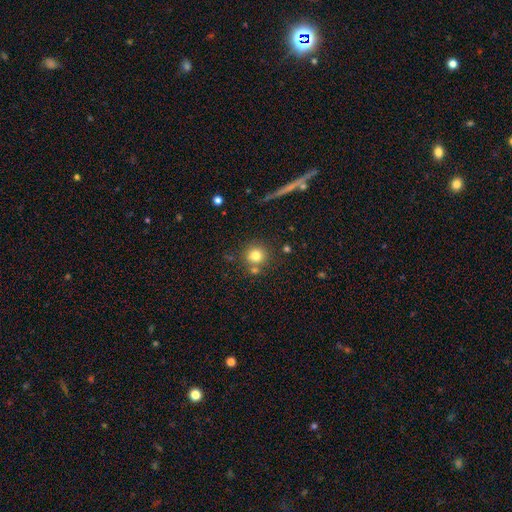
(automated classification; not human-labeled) Smooth or featured: smooth — 78% (star or artifact — 12%)
How rounded: round — 92% (in between — 7%)
Merging: none — 73% (merger — 15%)